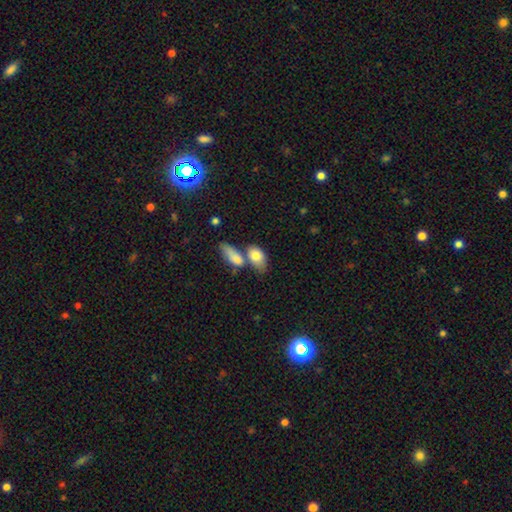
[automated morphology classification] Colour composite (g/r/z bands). It shows a smooth galaxy with no disk features (81%) that is in between round and cigar-shaped (87%). Merging: merger (45%).